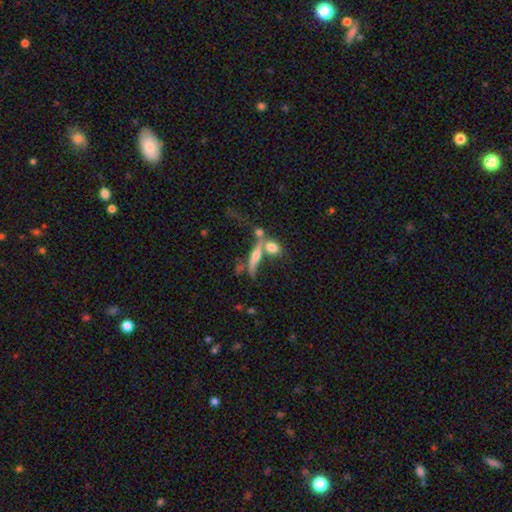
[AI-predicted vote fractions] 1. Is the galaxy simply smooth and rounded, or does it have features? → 52% featured or disk, 36% smooth, 11% star or artifact.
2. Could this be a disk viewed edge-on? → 79% yes, 21% no.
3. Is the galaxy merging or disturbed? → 43% none, 33% merger, 14% minor disturbance, 10% major disturbance.